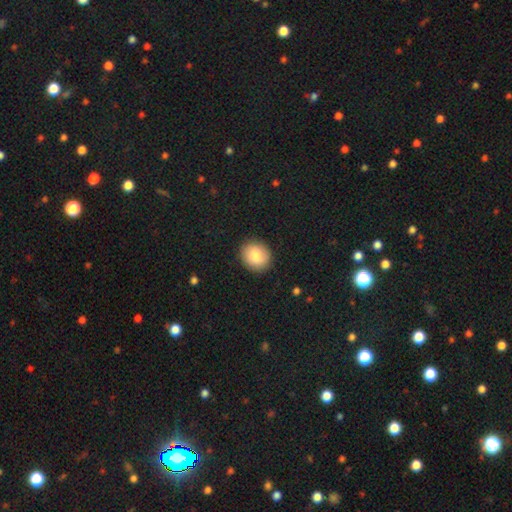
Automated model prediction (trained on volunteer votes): Smooth or featured? Predicted: smooth (p=0.83). How rounded? Predicted: round (p=0.70). Merging? Predicted: none (p=0.89).